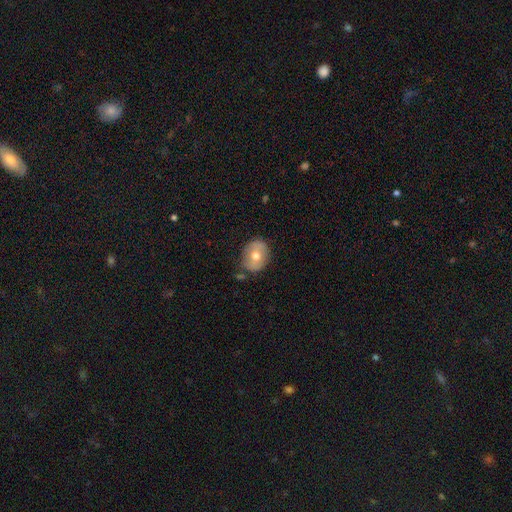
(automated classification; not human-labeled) smooth_or_featured: smooth (p=0.60) [alt: featured or disk p=0.33]
how_rounded: round (p=0.60) [alt: in between p=0.39]
merging: none (p=0.77) [alt: minor disturbance p=0.16]